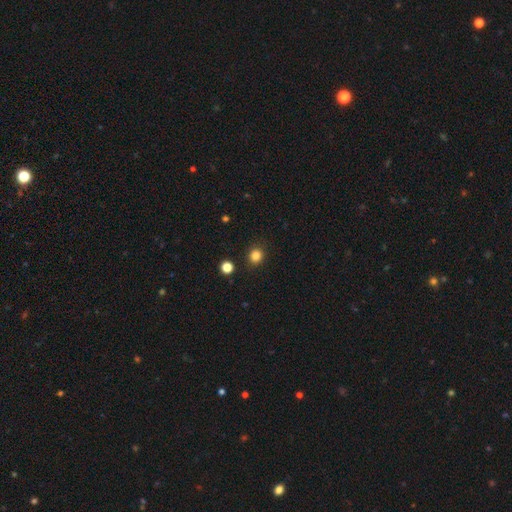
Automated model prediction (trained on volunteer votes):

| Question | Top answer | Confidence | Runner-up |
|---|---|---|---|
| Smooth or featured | smooth | 83% | star or artifact (13%) |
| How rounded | round | 85% | in between (14%) |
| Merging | none | 90% | minor disturbance (6%) |